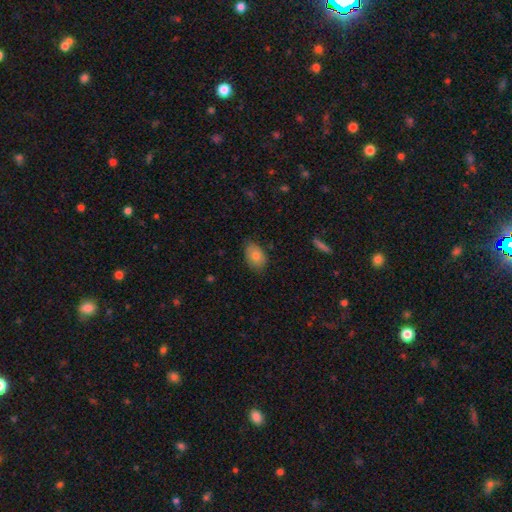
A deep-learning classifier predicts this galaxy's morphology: This is likely a smooth galaxy (79%). How rounded: clearly in between (86%). Merging: likely none (78%).